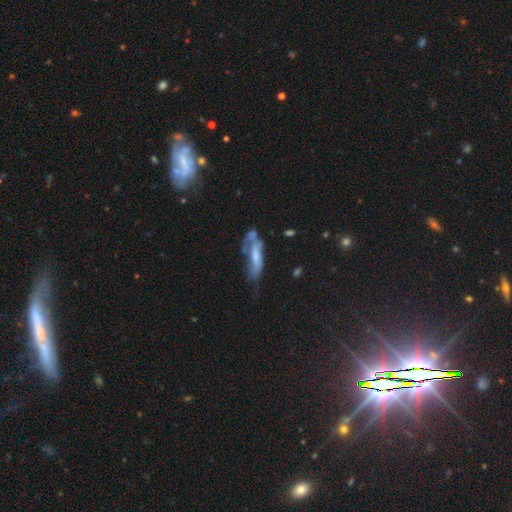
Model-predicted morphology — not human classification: This appears to be a smooth galaxy with no disk features (46%). Merging: major disturbance (33%).